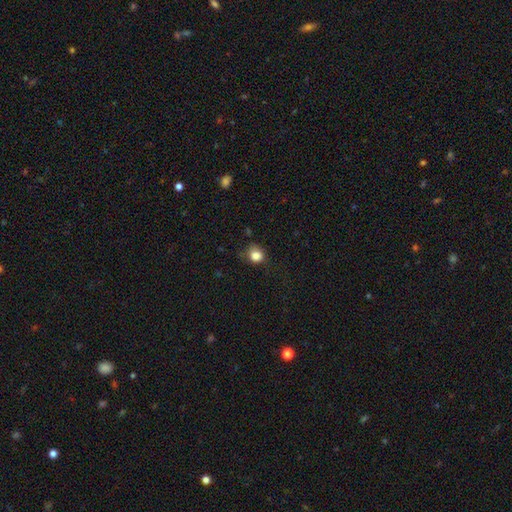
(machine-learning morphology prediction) Smooth or featured: smooth — 84% (star or artifact — 11%)
How rounded: round — 75% (in between — 24%)
Merging: none — 64% (minor disturbance — 27%)